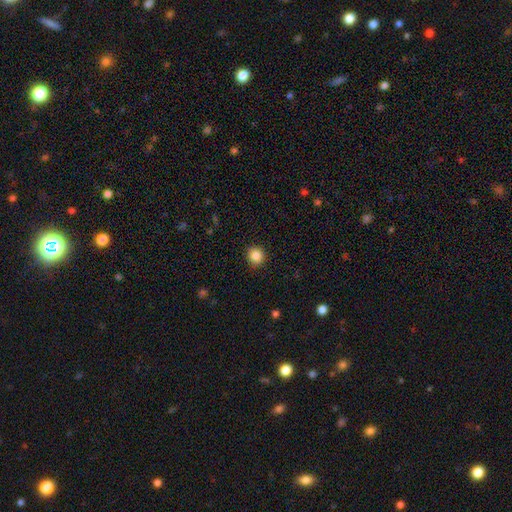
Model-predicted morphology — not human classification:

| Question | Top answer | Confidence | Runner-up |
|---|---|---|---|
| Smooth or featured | smooth | 86% | star or artifact (10%) |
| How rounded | round | 88% | in between (11%) |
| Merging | none | 91% | minor disturbance (6%) |